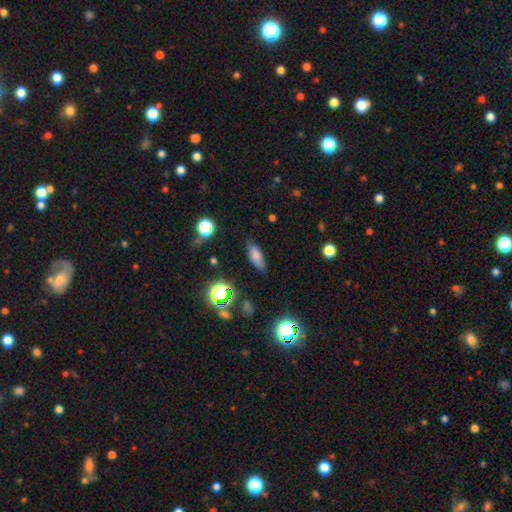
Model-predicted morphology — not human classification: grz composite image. It shows a smooth galaxy with no disk features (73%) that is in between round and cigar-shaped (70%). Merging: none (80%).